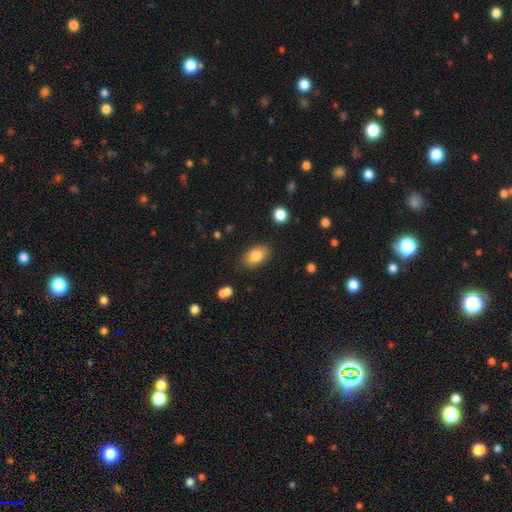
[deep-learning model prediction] This appears to be a smooth galaxy with no disk features (83%) that is in between round and cigar-shaped (89%). Merging: none (83%).